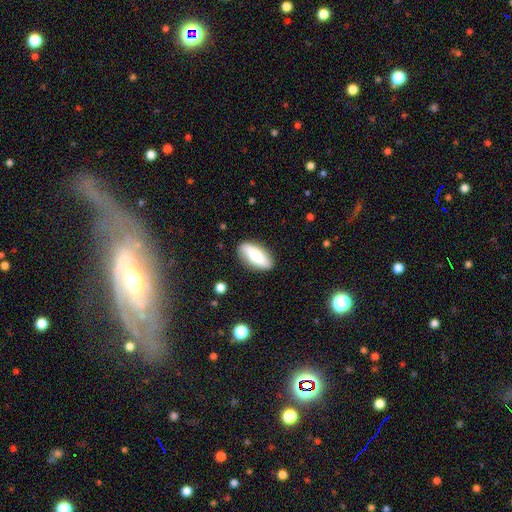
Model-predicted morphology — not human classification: This is likely a smooth galaxy (69%). How rounded: clearly in between (83%). Merging: clearly none (85%).